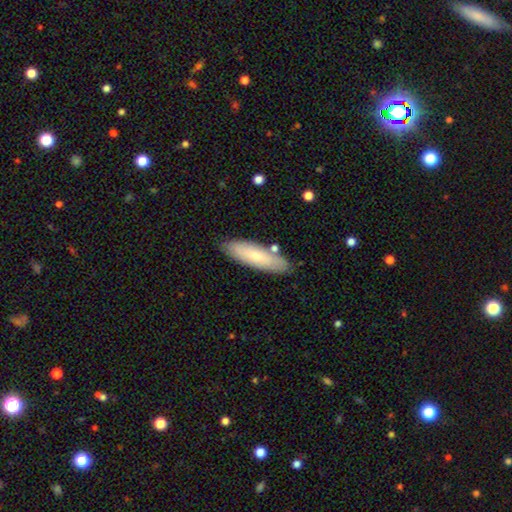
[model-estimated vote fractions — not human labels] Smooth or featured?
  - smooth: 71% *
  - featured or disk: 23%
  - star or artifact: 6%
How rounded?
  - cigar-shaped: 56% *
  - in between: 42%
  - round: 2%
Merging?
  - none: 82% *
  - minor disturbance: 12%
  - merger: 4%
  - major disturbance: 2%